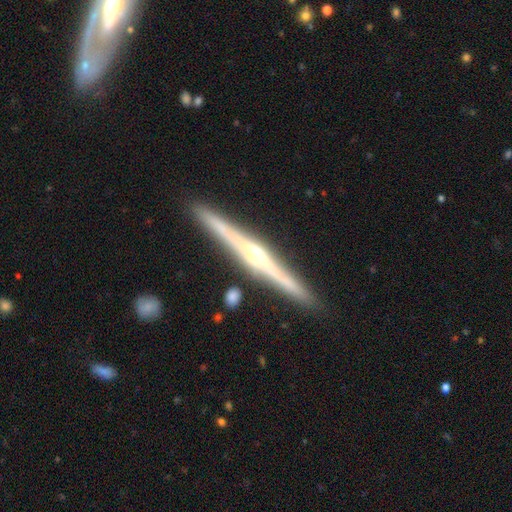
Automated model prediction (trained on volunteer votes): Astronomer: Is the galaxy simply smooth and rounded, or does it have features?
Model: featured or disk — 83%.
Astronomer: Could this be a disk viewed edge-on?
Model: yes — 98%.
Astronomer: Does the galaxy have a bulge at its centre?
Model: rounded — 86%.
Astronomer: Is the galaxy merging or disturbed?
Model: none — 90%.